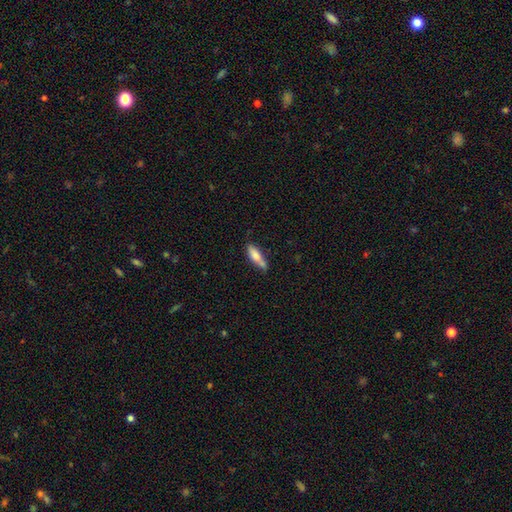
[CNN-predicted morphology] smooth_or_featured: smooth (p=0.75) [alt: featured or disk p=0.18]
how_rounded: in between (p=0.51) [alt: cigar-shaped p=0.47]
merging: none (p=0.51) [alt: minor disturbance p=0.23]